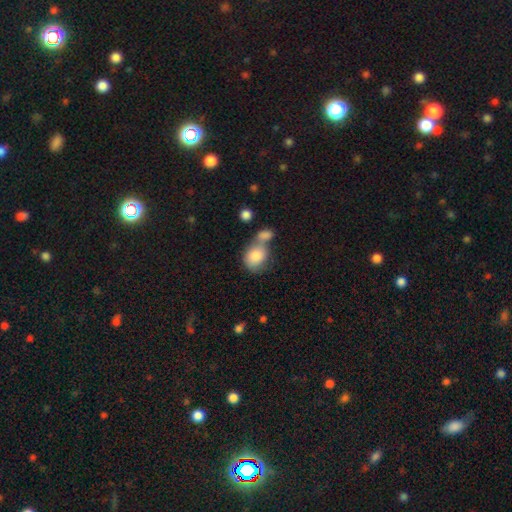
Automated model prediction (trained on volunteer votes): A smooth galaxy with no disk features (82%) that is round (49%, tied with in between).

Vote fractions:
- Smooth or featured? smooth: 82% / featured or disk: 11% / star or artifact: 7%
- How rounded? round: 49% (tied) / in between: 49% (tied) / cigar-shaped: 1%
- Merging? merger: 53% / none: 27% / minor disturbance: 13% / major disturbance: 7%